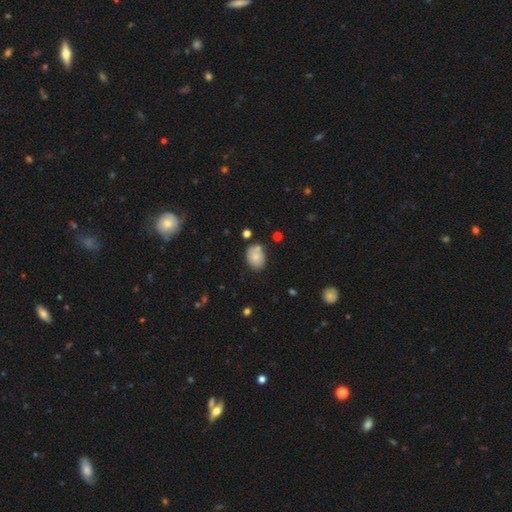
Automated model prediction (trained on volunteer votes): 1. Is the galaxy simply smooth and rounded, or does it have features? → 79% smooth, 12% featured or disk, 9% star or artifact.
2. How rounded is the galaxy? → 71% in between, 28% round, 1% cigar-shaped.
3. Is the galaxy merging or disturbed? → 64% none, 20% minor disturbance, 11% merger, 5% major disturbance.